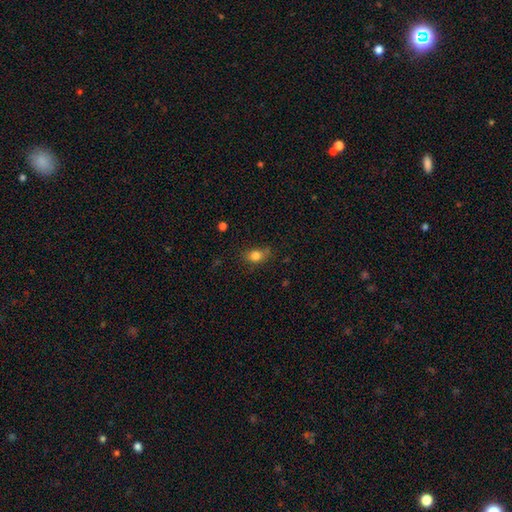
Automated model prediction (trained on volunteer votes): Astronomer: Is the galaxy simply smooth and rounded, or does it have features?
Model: smooth — 82%.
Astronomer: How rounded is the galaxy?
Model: in between — 62%.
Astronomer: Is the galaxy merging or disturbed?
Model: none — 65%.